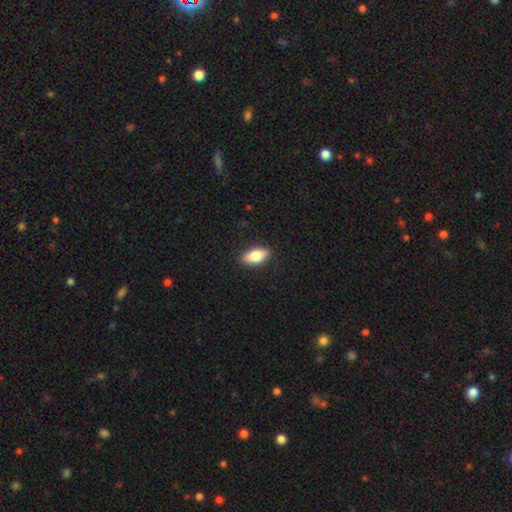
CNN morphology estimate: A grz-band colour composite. It shows a smooth galaxy with no disk features (79%) that is in between round and cigar-shaped (86%). Merging: none (88%).